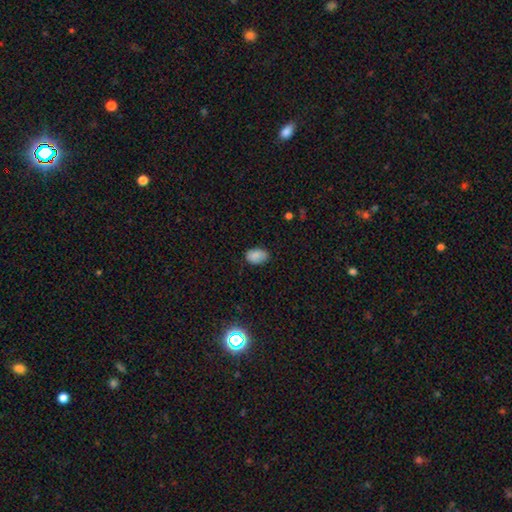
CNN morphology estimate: smooth_or_featured: smooth (p=0.86) [alt: star or artifact p=0.09]
how_rounded: in between (p=0.84) [alt: round p=0.14]
merging: none (p=0.76) [alt: minor disturbance p=0.20]